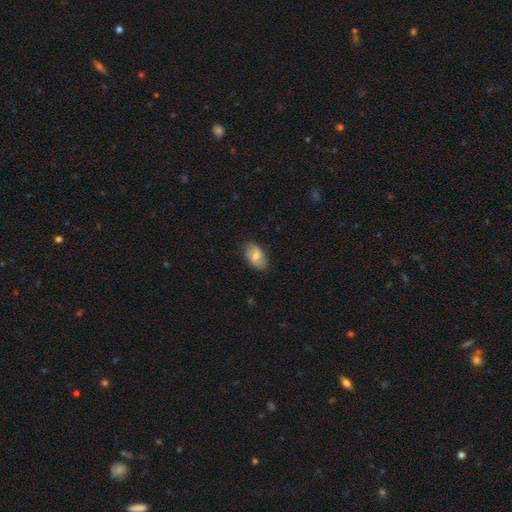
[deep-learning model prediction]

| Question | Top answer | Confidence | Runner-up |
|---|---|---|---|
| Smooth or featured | smooth | 61% | featured or disk (32%) |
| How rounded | in between | 91% | round (7%) |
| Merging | none | 79% | minor disturbance (17%) |